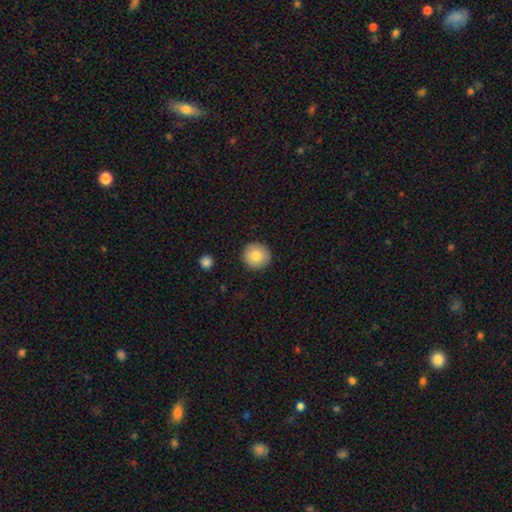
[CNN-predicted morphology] Q: Smooth or featured?
A: smooth (83%); runner-up: featured or disk (9%)
Q: How rounded?
A: round (95%); runner-up: in between (4%)
Q: Merging?
A: none (91%); runner-up: minor disturbance (6%)